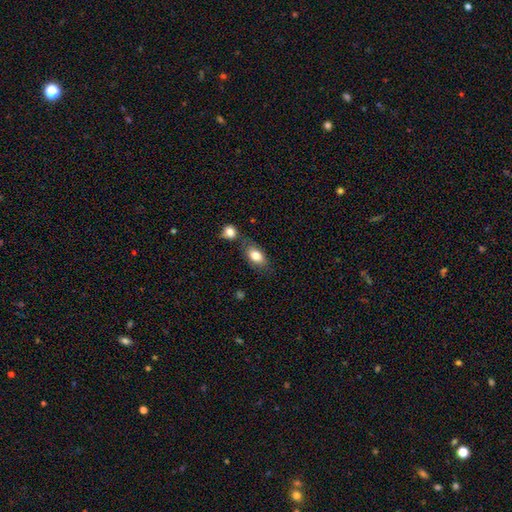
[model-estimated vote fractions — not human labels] Smooth or featured? smooth (80%)
How rounded? in between (86%)
Merging? none (61%)